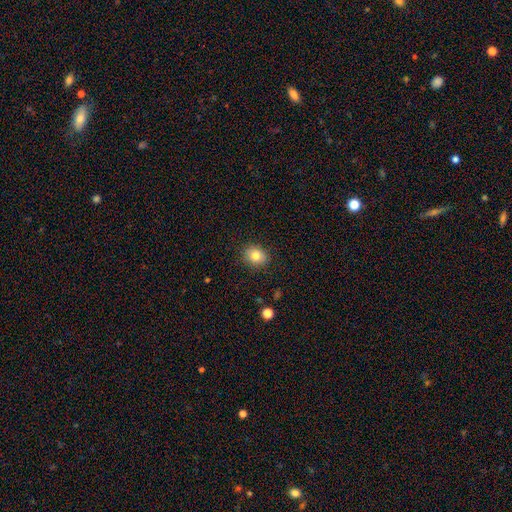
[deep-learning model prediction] Smooth or featured? smooth (81%)
How rounded? round (59%)
Merging? none (87%)